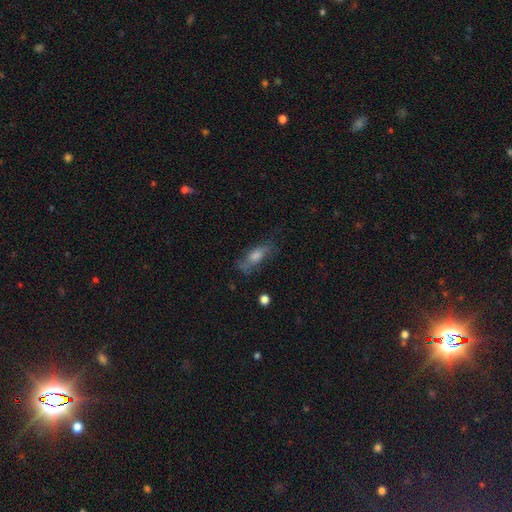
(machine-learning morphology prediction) Q: Smooth or featured?
A: smooth (47%); runner-up: featured or disk (40%)
Q: Merging?
A: none (61%); runner-up: minor disturbance (23%)